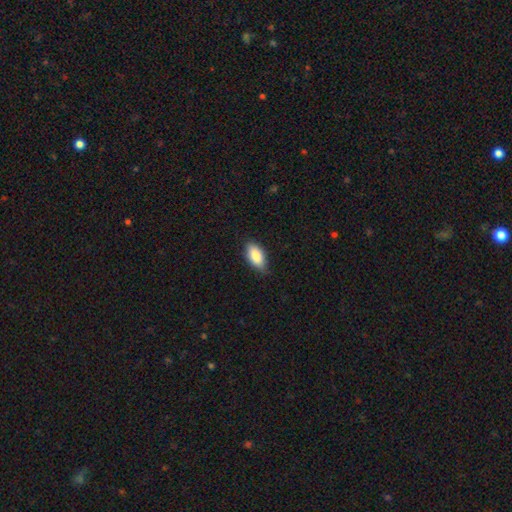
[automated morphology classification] smooth-or-featured: smooth: 86% | featured or disk: 7% | star or artifact: 6%
  how-rounded: in between: 92% | cigar-shaped: 5% | round: 3%
  merging: none: 80% | minor disturbance: 16% | major disturbance: 2% | merger: 1%